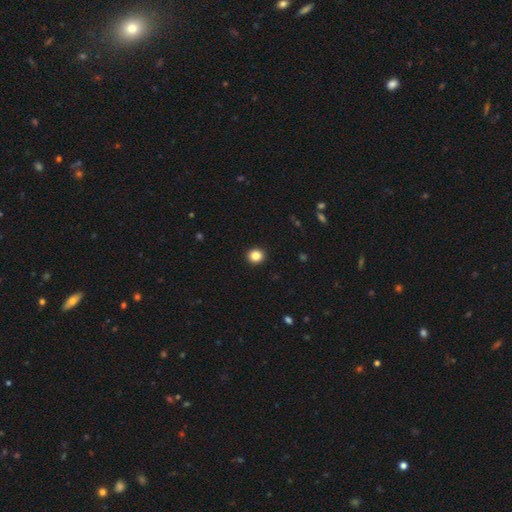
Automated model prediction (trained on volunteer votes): smooth-or-featured: smooth: 85% | star or artifact: 11% | featured or disk: 4%
  how-rounded: round: 87% | in between: 12% | cigar-shaped: 1%
  merging: none: 93% | minor disturbance: 4% | major disturbance: 1% | merger: 1%